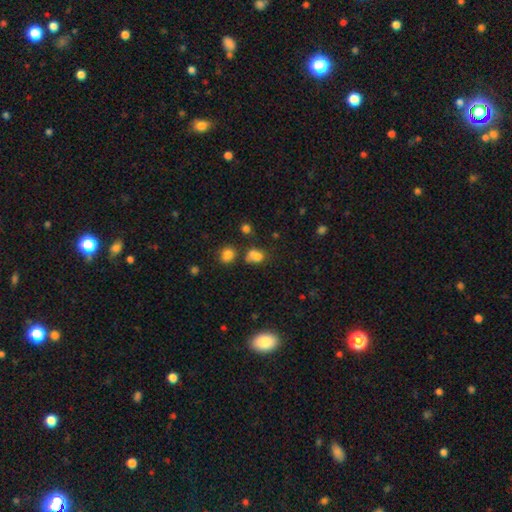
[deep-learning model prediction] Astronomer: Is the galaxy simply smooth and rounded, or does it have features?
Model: smooth — 74%.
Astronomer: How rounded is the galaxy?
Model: in between — 58% (runner-up: round, 41%).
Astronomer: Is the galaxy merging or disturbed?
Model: none — 40% (runner-up: merger, 29%).